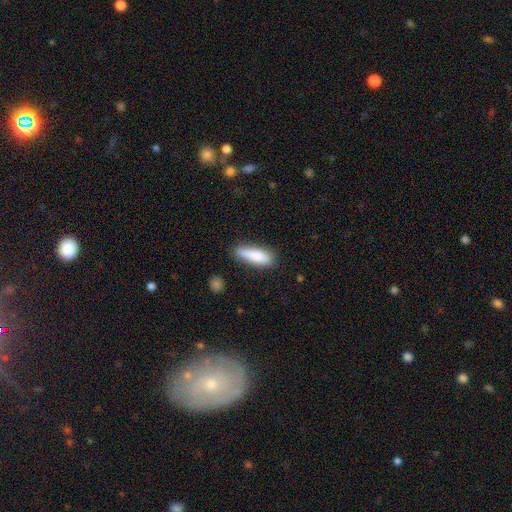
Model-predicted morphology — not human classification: Smooth or featured: smooth — 82% (featured or disk — 11%)
How rounded: cigar-shaped — 55% (in between — 43%)
Merging: none — 75% (minor disturbance — 18%)